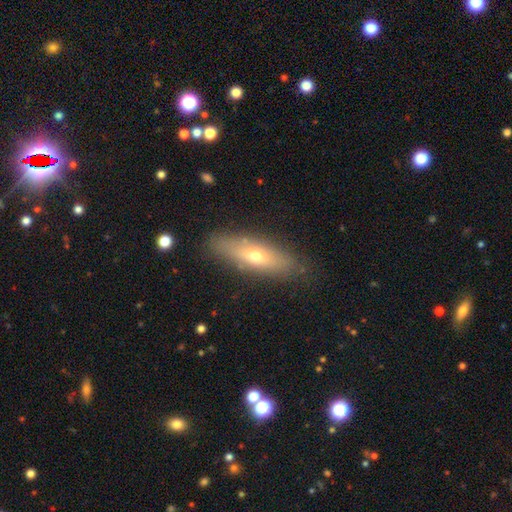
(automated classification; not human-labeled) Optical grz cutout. It shows a smooth galaxy with no disk features (56%) that is cigar-shaped (52%). Merging: none (82%).